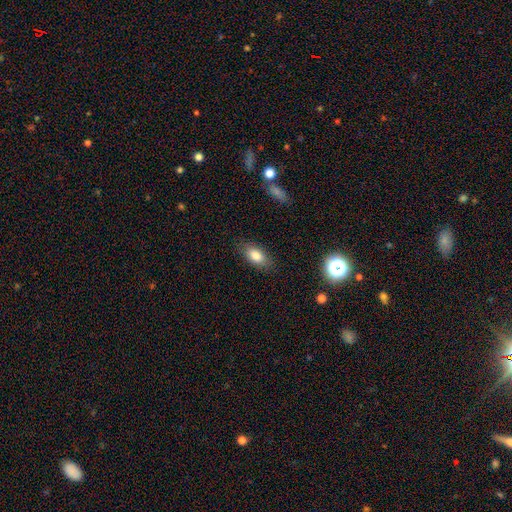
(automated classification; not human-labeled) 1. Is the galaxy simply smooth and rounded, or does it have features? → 82% smooth, 10% featured or disk, 8% star or artifact.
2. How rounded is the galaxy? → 89% in between, 6% round, 5% cigar-shaped.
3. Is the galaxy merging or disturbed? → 83% none, 12% minor disturbance, 3% major disturbance, 1% merger.